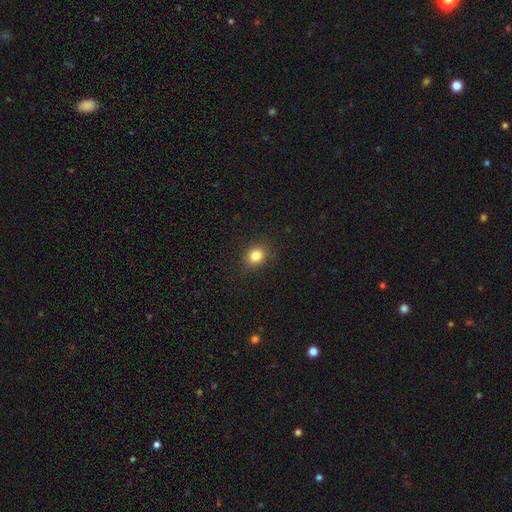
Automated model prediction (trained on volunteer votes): Smooth or featured: smooth — 82% (star or artifact — 11%)
How rounded: round — 65% (in between — 34%)
Merging: none — 89% (minor disturbance — 8%)